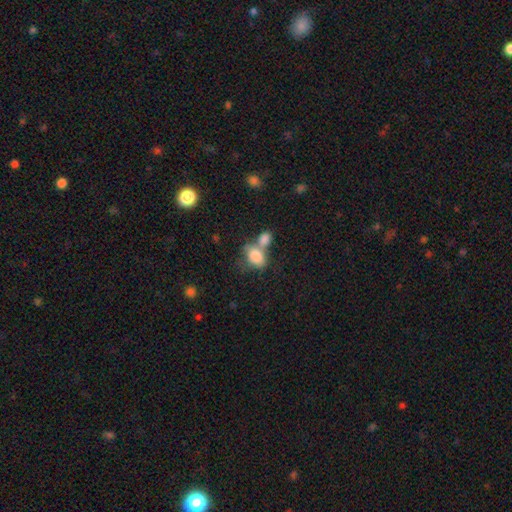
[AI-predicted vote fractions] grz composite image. It shows a smooth galaxy with no disk features (80%) that is in between round and cigar-shaped (78%). Merging: merger (60%).